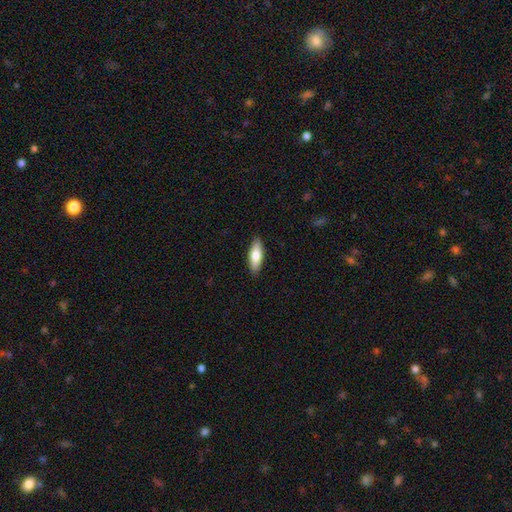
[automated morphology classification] Q: Smooth or featured?
A: smooth (71%); runner-up: featured or disk (24%)
Q: How rounded?
A: in between (57%); runner-up: cigar-shaped (41%)
Q: Merging?
A: none (89%); runner-up: minor disturbance (8%)